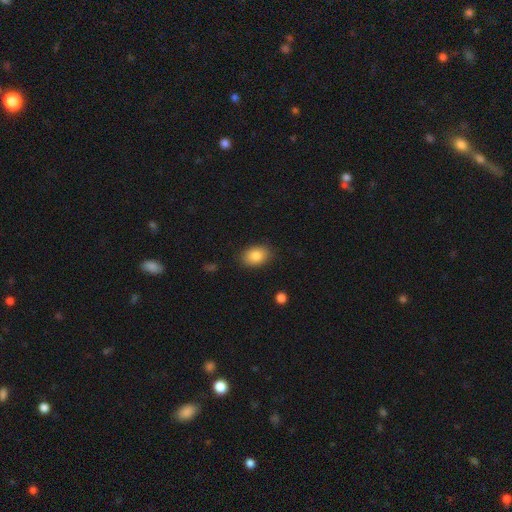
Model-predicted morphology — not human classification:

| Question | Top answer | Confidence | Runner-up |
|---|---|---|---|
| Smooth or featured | smooth | 85% | star or artifact (8%) |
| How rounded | in between | 81% | round (17%) |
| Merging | none | 86% | minor disturbance (10%) |